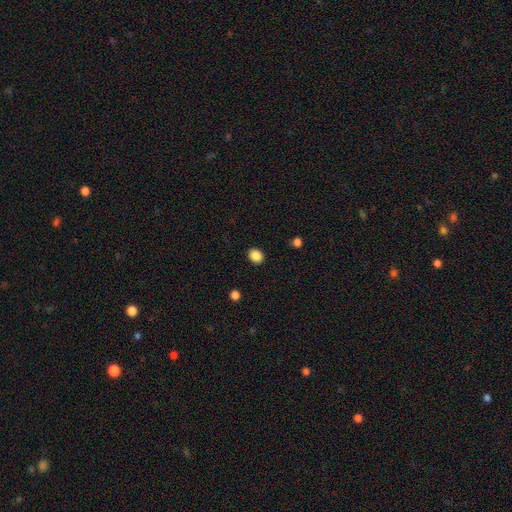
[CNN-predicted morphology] smooth-or-featured: smooth: 88% | star or artifact: 9% | featured or disk: 3%
  how-rounded: round: 61% | in between: 38% | cigar-shaped: 1%
  merging: none: 90% | minor disturbance: 6% | major disturbance: 2% | merger: 1%